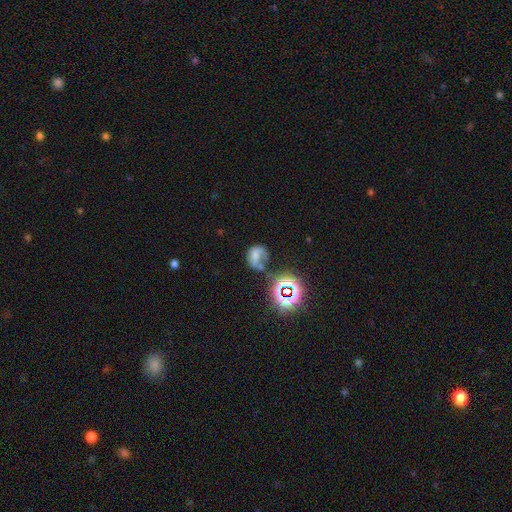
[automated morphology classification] smooth_or_featured: smooth (p=0.44) [alt: featured or disk p=0.32]
merging: none (p=0.30) [alt: major disturbance p=0.28]